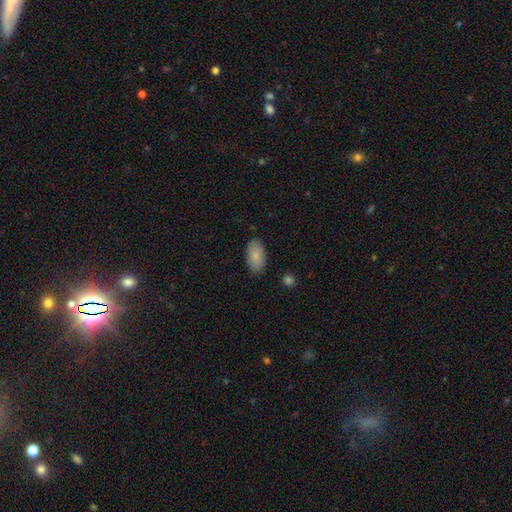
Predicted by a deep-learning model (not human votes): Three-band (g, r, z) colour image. It shows a smooth galaxy with no disk features (86%) that is in between round and cigar-shaped (94%). Merging: none (86%).